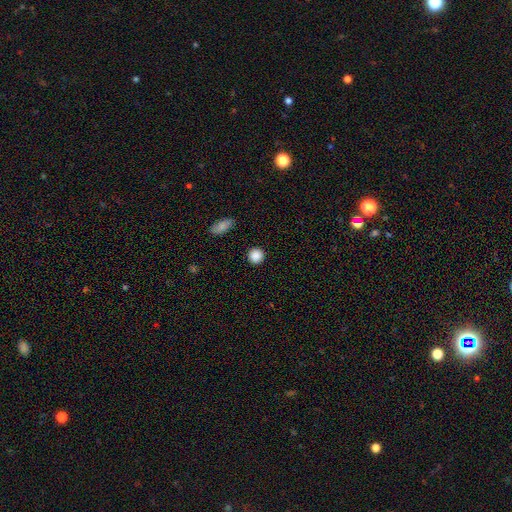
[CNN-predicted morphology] This is clearly a smooth galaxy (88%). How rounded: clearly round (93%). Merging: clearly none (91%).